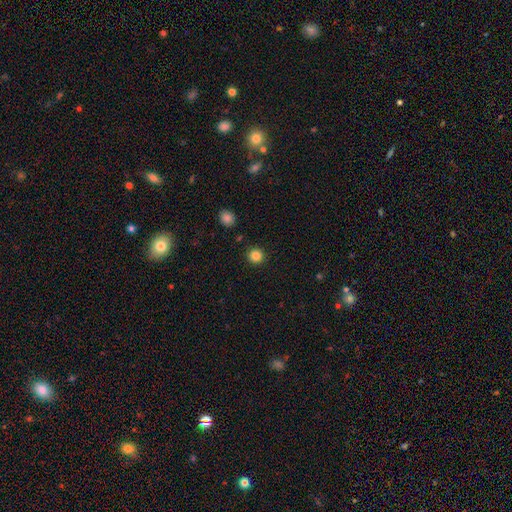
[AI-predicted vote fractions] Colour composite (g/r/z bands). It shows a smooth galaxy with no disk features (84%) that is round (94%). Merging: none (92%).